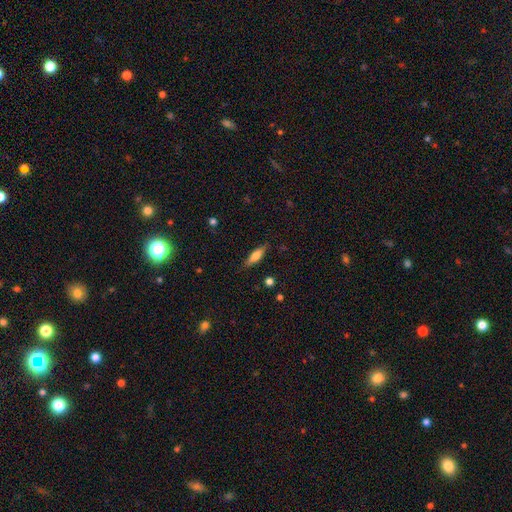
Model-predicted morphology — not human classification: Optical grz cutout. It shows a smooth galaxy with no disk features (69%) that is cigar-shaped (56%). Merging: none (83%).